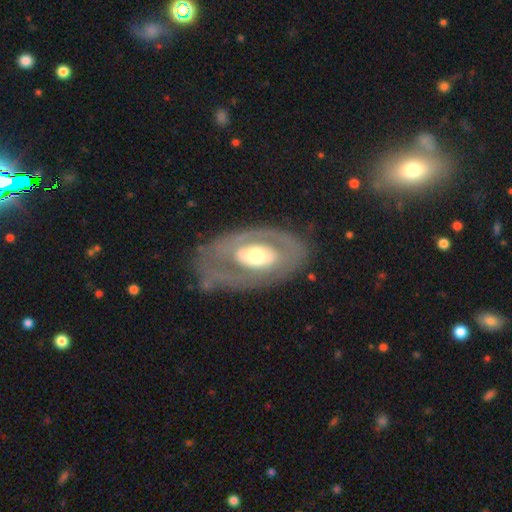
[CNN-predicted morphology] Smooth or featured?
  - featured or disk: 68% *
  - smooth: 27%
  - star or artifact: 5%
Edge-on disk?
  - no: 91% *
  - yes: 9%
Bar?
  - no: 76% *
  - weak: 16%
  - strong: 8%
Spiral arms?
  - no: 73% *
  - yes: 27%
Bulge size?
  - moderate: 61% *
  - large: 25%
  - small: 11%
  - dominant: 2%
  - none: 1%
Merging?
  - none: 69% *
  - minor disturbance: 17%
  - major disturbance: 12%
  - merger: 2%